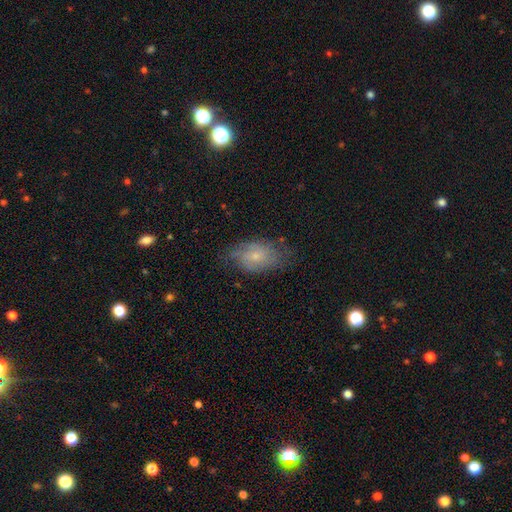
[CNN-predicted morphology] Smooth or featured?
  - smooth: 48% *
  - featured or disk: 43%
  - star or artifact: 9%
Merging?
  - none: 61% *
  - minor disturbance: 26%
  - major disturbance: 11%
  - merger: 1%